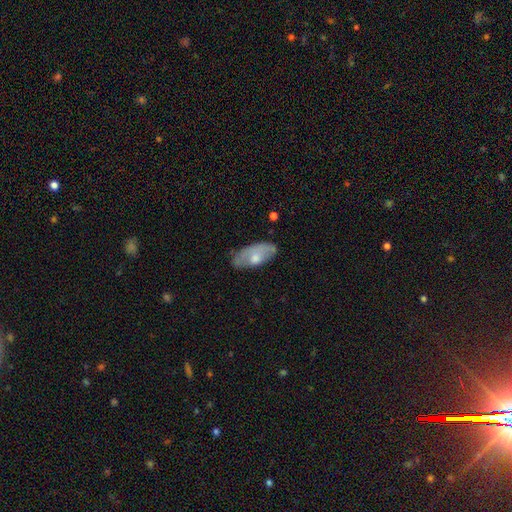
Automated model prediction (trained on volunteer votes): Smooth or featured: smooth — 61% (featured or disk — 33%)
How rounded: in between — 90% (cigar-shaped — 7%)
Merging: none — 58% (minor disturbance — 30%)